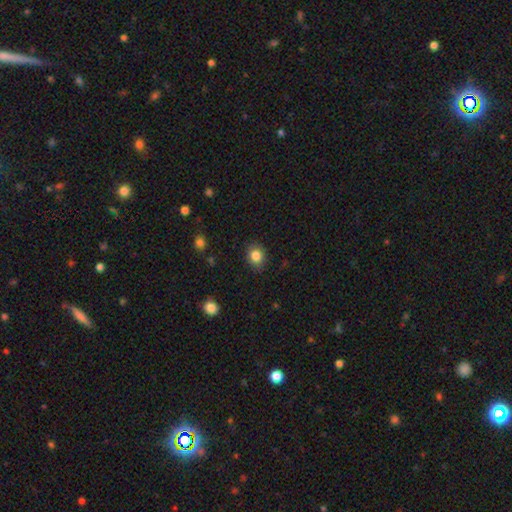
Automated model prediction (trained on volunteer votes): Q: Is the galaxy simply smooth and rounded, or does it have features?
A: smooth — 84%.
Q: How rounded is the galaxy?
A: round — 61%.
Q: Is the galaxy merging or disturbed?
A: none — 86%.